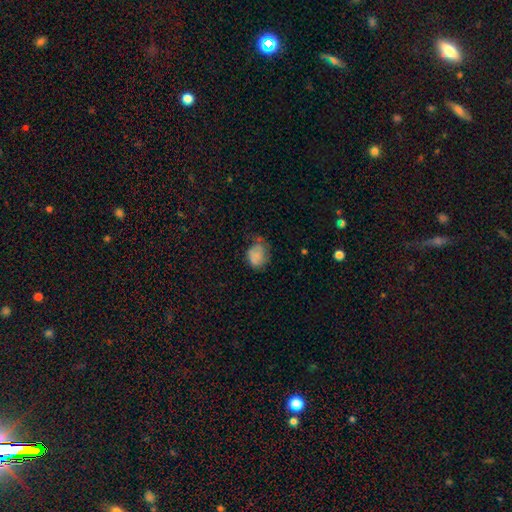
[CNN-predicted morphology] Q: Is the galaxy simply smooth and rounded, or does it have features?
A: smooth — 76%.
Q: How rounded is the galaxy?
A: in between — 53%.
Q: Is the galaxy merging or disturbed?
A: none — 38%.